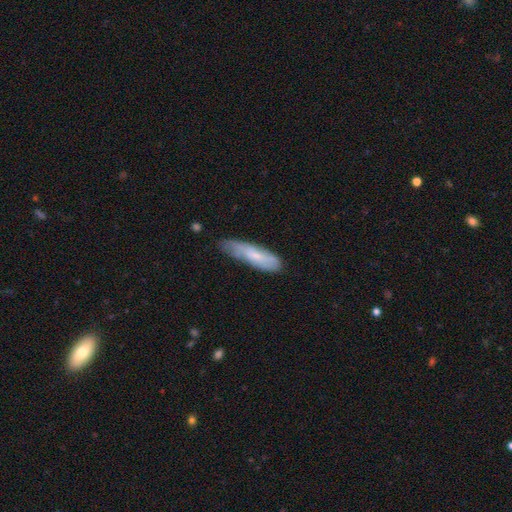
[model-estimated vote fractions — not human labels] Smooth or featured? smooth (62%)
How rounded? cigar-shaped (66%)
Merging? none (56%)